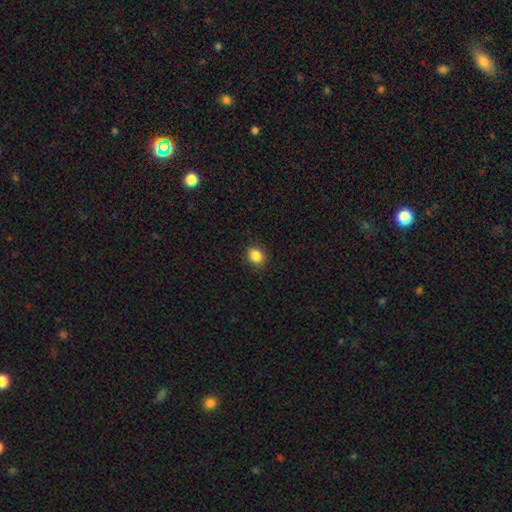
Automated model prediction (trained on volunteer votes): Smooth or featured? smooth (87%)
How rounded? round (56%)
Merging? none (90%)